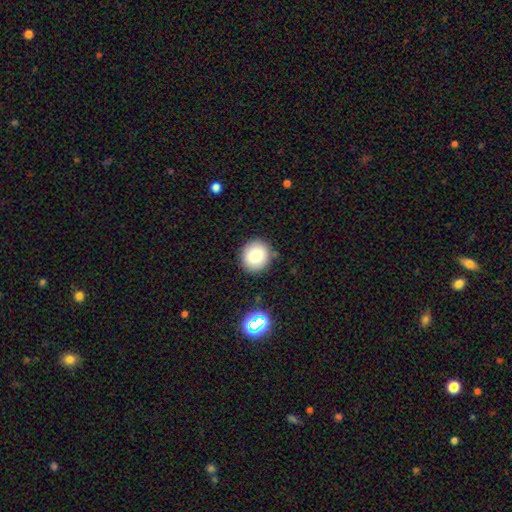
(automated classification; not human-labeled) Smooth or featured? smooth (79%)
How rounded? round (88%)
Merging? none (86%)